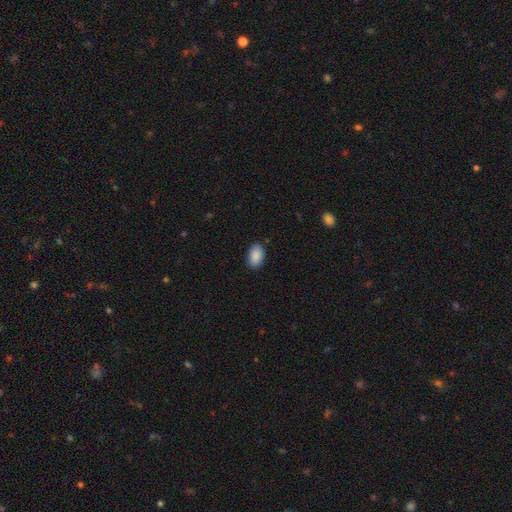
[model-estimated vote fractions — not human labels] Smooth or featured?
  - smooth: 90% *
  - star or artifact: 7%
  - featured or disk: 3%
How rounded?
  - in between: 93% *
  - round: 6%
  - cigar-shaped: 1%
Merging?
  - none: 88% *
  - minor disturbance: 9%
  - major disturbance: 2%
  - merger: 1%